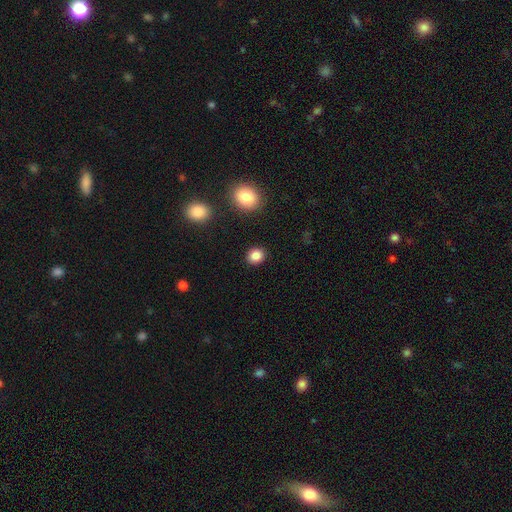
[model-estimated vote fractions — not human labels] This is clearly a smooth galaxy (86%). How rounded: likely round (75%). Merging: clearly none (91%).